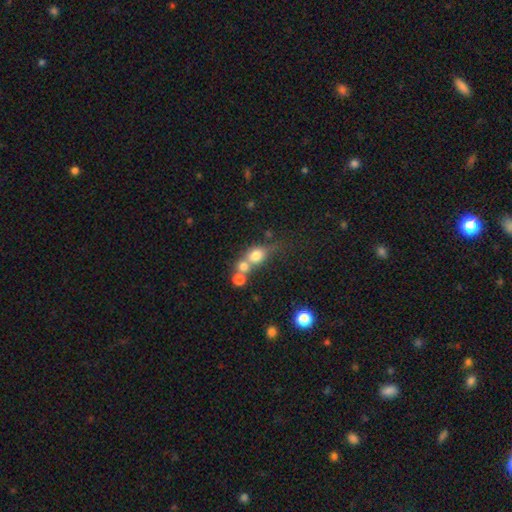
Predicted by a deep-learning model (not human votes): smooth 70%, featured or disk 18%, star or artifact 12%. Down the decision tree: how rounded — round (62%); merging — merger (58%).